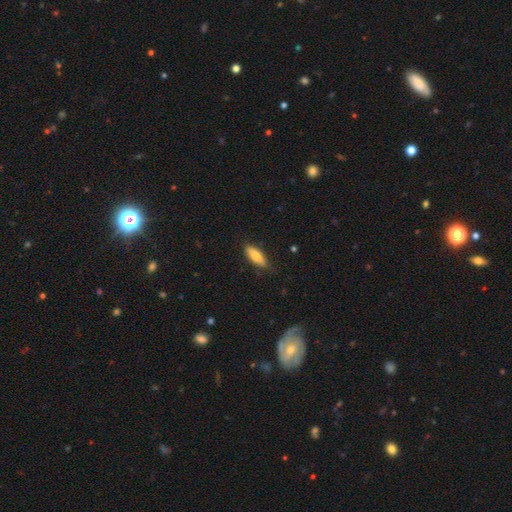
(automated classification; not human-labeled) Smooth or featured?
  - smooth: 79% *
  - featured or disk: 15%
  - star or artifact: 6%
How rounded?
  - in between: 67% *
  - cigar-shaped: 31%
  - round: 2%
Merging?
  - none: 81% *
  - minor disturbance: 15%
  - major disturbance: 3%
  - merger: 1%